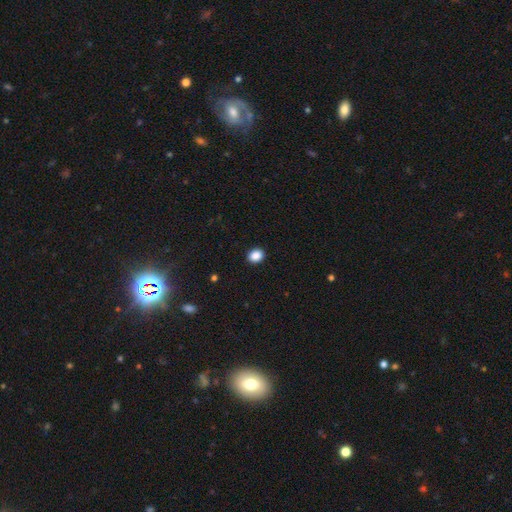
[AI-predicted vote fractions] smooth 89%, star or artifact 9%, featured or disk 3%. Down the decision tree: how rounded — in between (52%); merging — none (92%).